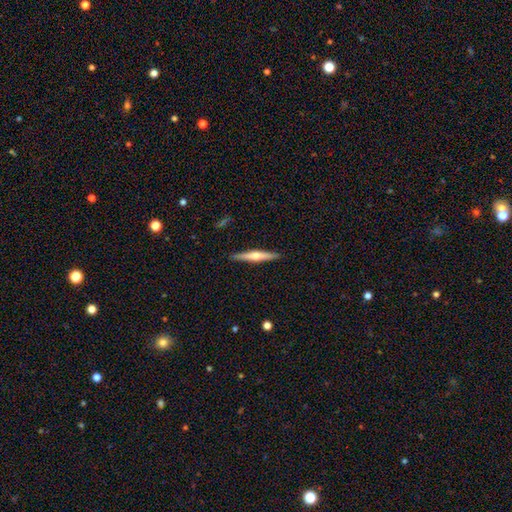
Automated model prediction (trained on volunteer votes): Smooth or featured? Predicted: featured or disk (p=0.60). Edge-on disk? Predicted: yes (p=0.97). Edge-on bulge? Predicted: rounded (p=0.87). Merging? Predicted: none (p=0.91).